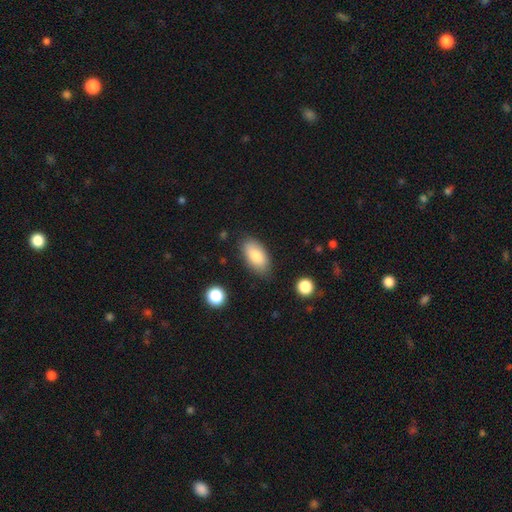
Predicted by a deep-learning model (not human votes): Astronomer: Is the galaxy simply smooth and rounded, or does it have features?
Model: smooth — 82%.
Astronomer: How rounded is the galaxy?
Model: in between — 92%.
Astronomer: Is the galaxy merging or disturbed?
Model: none — 80%.